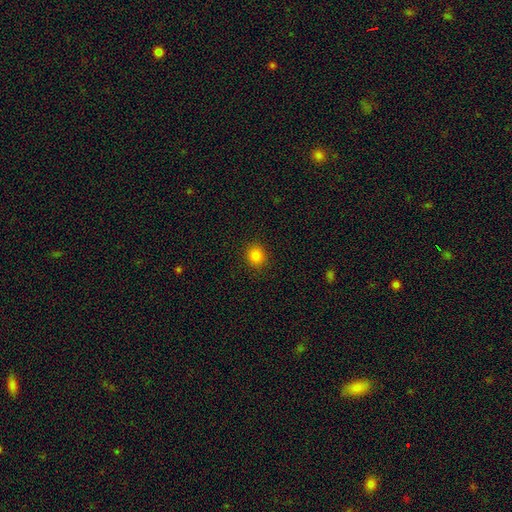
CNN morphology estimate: type=smooth (83%); roundness=round (81%); merging=none (91%).